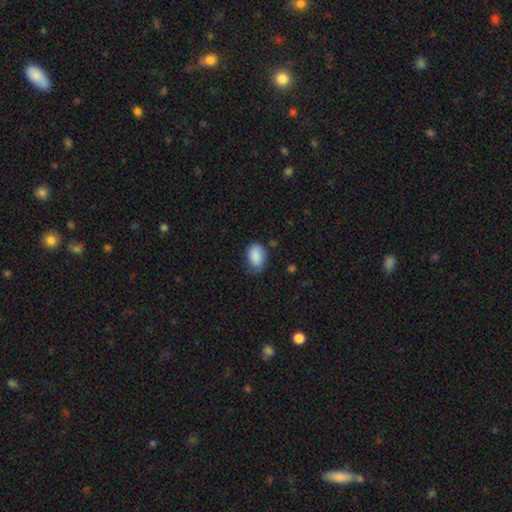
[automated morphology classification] smooth_or_featured: smooth (p=0.86) [alt: star or artifact p=0.07]
how_rounded: in between (p=0.84) [alt: round p=0.14]
merging: none (p=0.63) [alt: minor disturbance p=0.28]